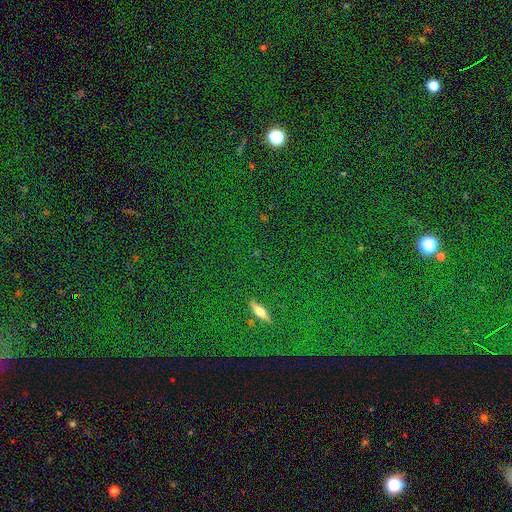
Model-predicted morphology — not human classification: star or artifact 83%, smooth 10%, featured or disk 7%.